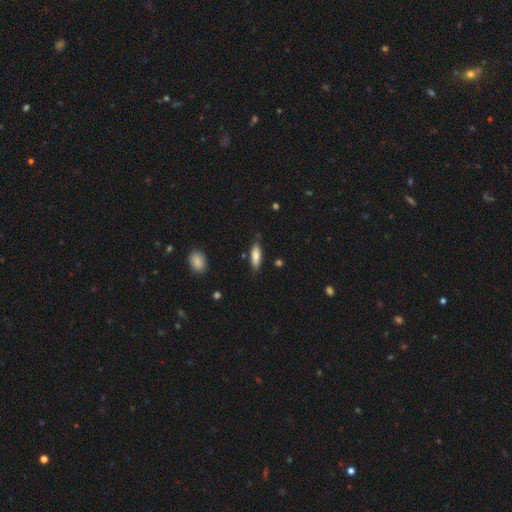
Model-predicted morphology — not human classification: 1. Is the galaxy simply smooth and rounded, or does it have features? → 77% smooth, 16% featured or disk, 6% star or artifact.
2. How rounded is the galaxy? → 50% in between, 48% cigar-shaped, 2% round.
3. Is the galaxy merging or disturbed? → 77% none, 18% minor disturbance, 3% major disturbance, 2% merger.